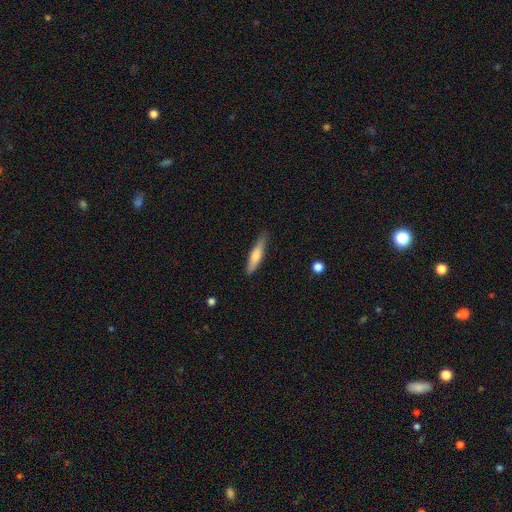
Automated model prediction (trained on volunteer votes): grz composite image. It shows a smooth galaxy with no disk features (60%) that is cigar-shaped (83%). Merging: none (84%).